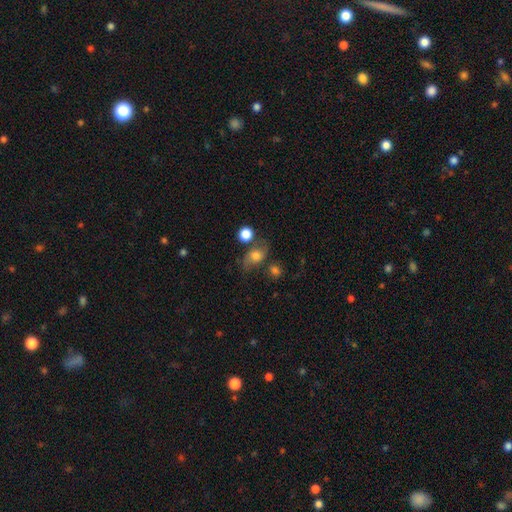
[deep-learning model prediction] Smooth or featured? Predicted: smooth (p=0.59). How rounded? Predicted: in between (p=0.61). Merging? Predicted: none (p=0.57).